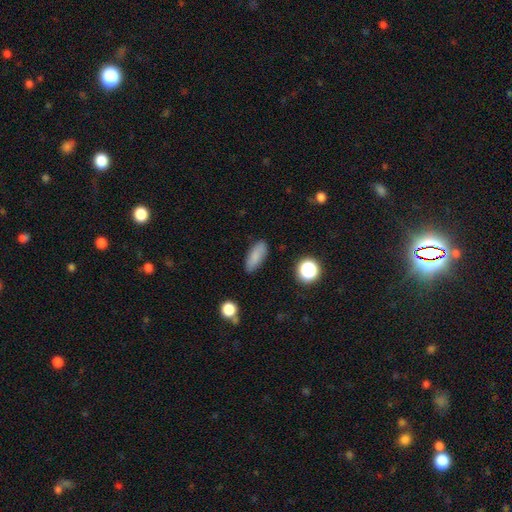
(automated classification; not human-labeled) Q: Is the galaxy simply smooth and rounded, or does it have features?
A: smooth — 82%.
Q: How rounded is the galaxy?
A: in between — 77%.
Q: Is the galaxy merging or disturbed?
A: none — 83%.